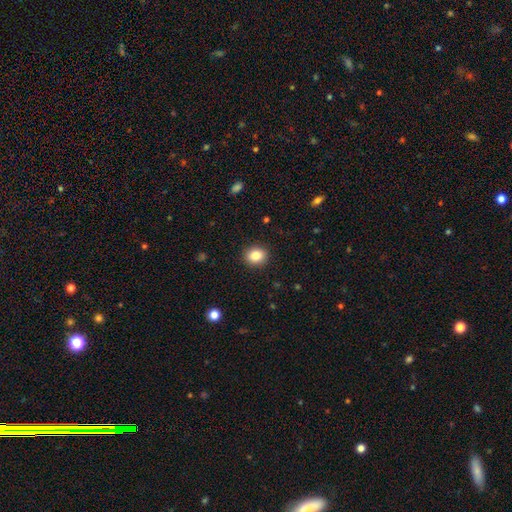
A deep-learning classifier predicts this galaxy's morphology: The model was most divided on "how rounded": round: 64%, in between: 35%, cigar-shaped: 1%. More confident: merging — none (90%); smooth or featured — smooth (85%).